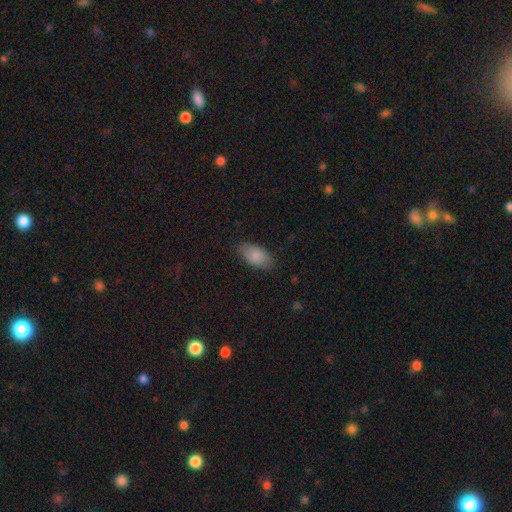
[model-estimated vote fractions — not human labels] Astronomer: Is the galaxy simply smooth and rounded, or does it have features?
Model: smooth — 87%.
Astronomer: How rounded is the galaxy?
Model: in between — 93%.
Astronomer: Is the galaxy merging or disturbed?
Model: none — 82%.